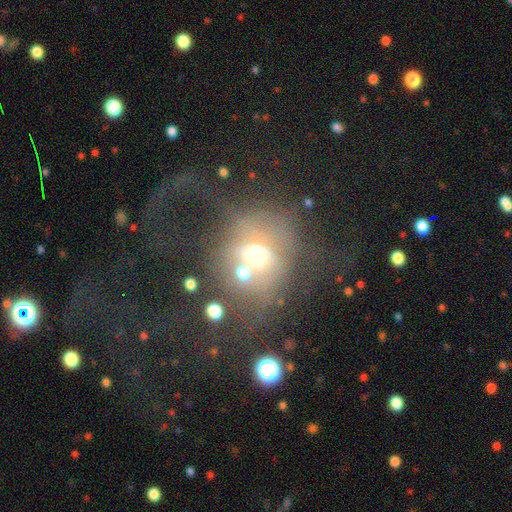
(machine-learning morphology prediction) smooth_or_featured: smooth (p=0.48) [alt: featured or disk p=0.33]
merging: major disturbance (p=0.32) [alt: none p=0.29]